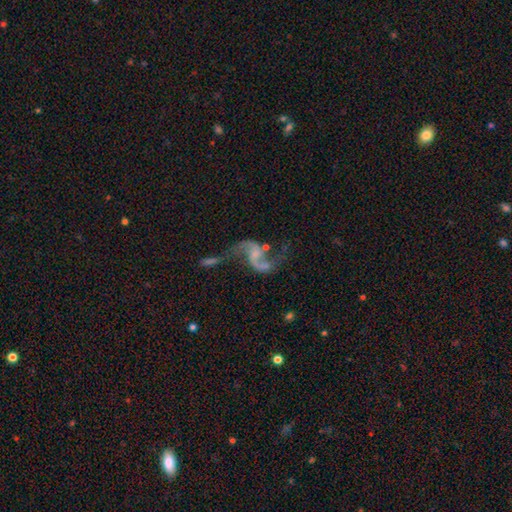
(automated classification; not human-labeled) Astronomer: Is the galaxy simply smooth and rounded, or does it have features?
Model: featured or disk — 87%.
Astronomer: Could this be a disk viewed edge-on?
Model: no — 98%.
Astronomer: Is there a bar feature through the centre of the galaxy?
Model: no — 50% (runner-up: weak, 39%).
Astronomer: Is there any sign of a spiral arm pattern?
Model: yes — 94%.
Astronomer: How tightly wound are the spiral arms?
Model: loose — 85%.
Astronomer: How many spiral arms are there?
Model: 2 — 91%.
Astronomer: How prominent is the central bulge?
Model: small — 41% (runner-up: none, 39%).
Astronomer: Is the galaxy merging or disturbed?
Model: none — 41% (runner-up: merger, 22%).